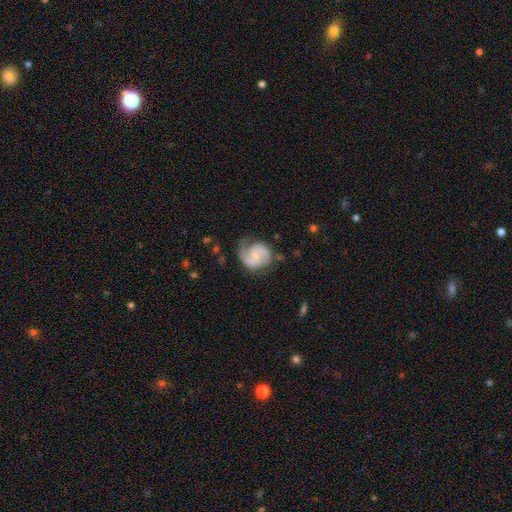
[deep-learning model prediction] Overall: featured or disk (81%). Edge-on disk: no (98%). Bar: no (54%; weak 39%). Spiral arms: yes (96%). Spiral arm count: 2 (81%). Spiral winding: medium (50%; tight 29%). Bulge size: small (58%; moderate 26%). Merging: none (65%).